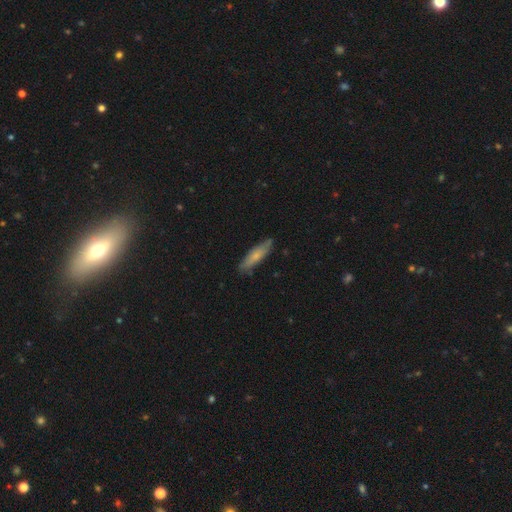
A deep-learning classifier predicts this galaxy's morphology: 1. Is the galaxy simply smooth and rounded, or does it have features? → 65% smooth, 29% featured or disk, 6% star or artifact.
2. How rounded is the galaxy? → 73% cigar-shaped, 25% in between, 2% round.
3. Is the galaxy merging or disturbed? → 80% none, 16% minor disturbance, 2% major disturbance, 2% merger.